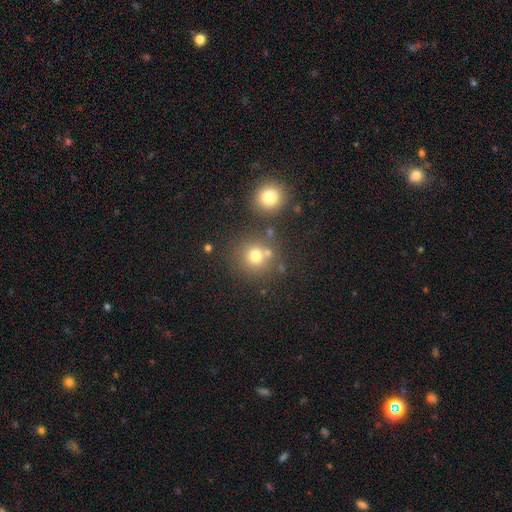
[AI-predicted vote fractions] Smooth or featured? Predicted: smooth (p=0.73). How rounded? Predicted: round (p=0.90). Merging? Predicted: none (p=0.70).